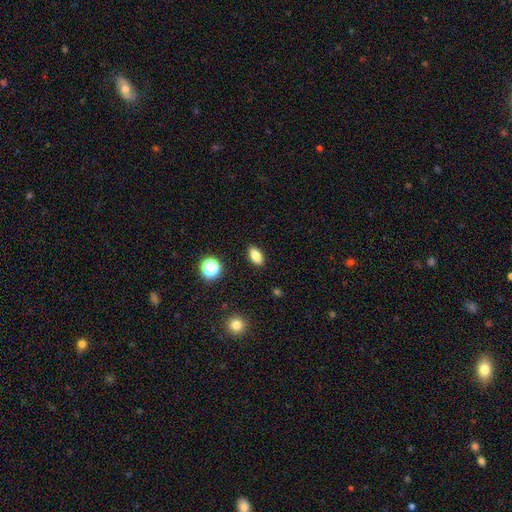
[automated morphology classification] smooth_or_featured: smooth (p=0.81) [alt: star or artifact p=0.11]
how_rounded: in between (p=0.85) [alt: round p=0.09]
merging: none (p=0.89) [alt: minor disturbance p=0.08]